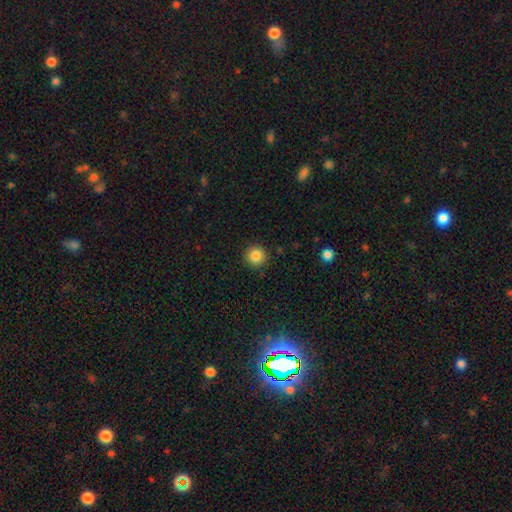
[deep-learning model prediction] smooth_or_featured: smooth (p=0.85) [alt: star or artifact p=0.10]
how_rounded: round (p=0.95) [alt: in between p=0.04]
merging: none (p=0.91) [alt: minor disturbance p=0.06]